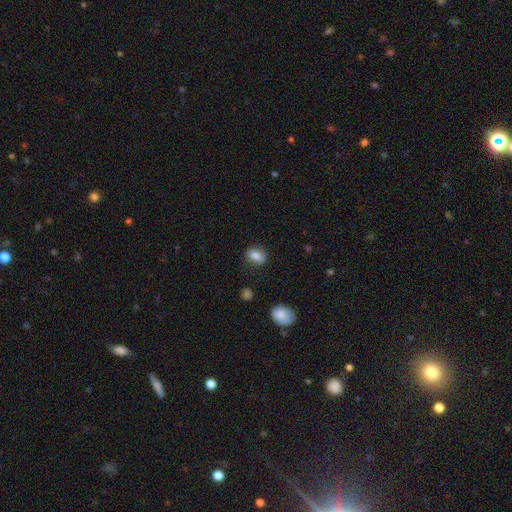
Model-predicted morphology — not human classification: smooth_or_featured: smooth (p=0.81) [alt: featured or disk p=0.10]
how_rounded: in between (p=0.67) [alt: round p=0.30]
merging: none (p=0.79) [alt: minor disturbance p=0.16]